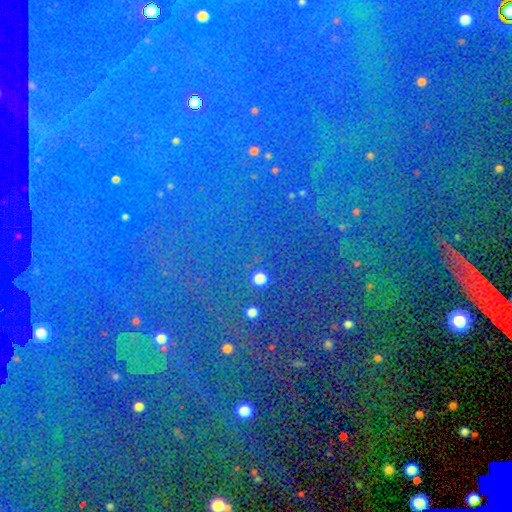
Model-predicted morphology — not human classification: This appears to be a star or artifact, not a galaxy (83%).